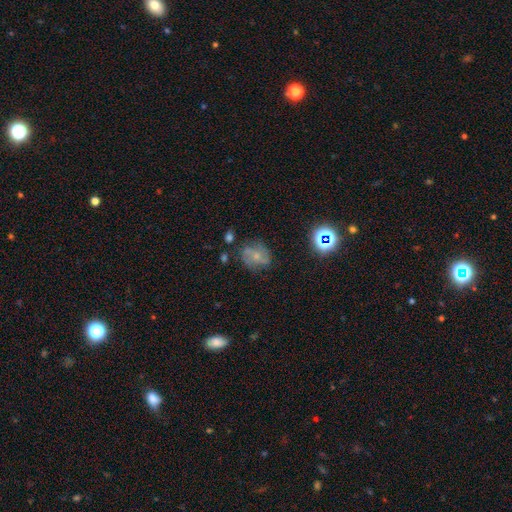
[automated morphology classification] smooth-or-featured: smooth: 41% (tied) | featured or disk: 41% (tied) | star or artifact: 18%
  merging: none: 64% | minor disturbance: 22% | major disturbance: 9% | merger: 5%